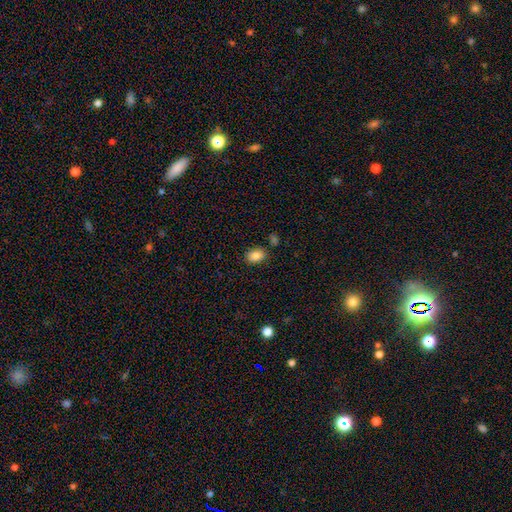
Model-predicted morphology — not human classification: Smooth or featured?
  - smooth: 86% *
  - star or artifact: 9%
  - featured or disk: 6%
How rounded?
  - in between: 80% *
  - round: 19%
  - cigar-shaped: 1%
Merging?
  - none: 82% *
  - minor disturbance: 11%
  - merger: 5%
  - major disturbance: 3%